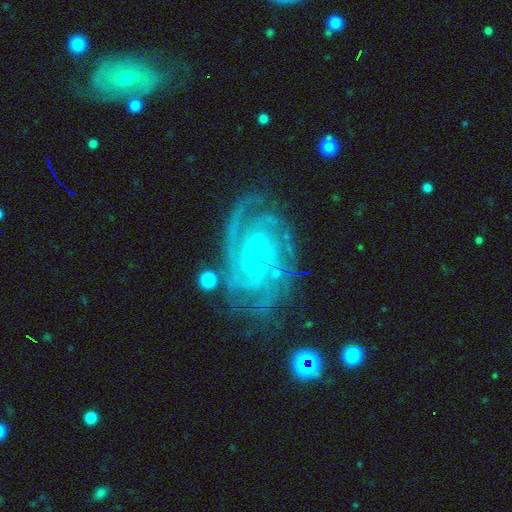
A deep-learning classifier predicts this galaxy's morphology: smooth_or_featured: featured or disk (p=0.90) [alt: star or artifact p=0.06]
disk_edge_on: no (p=0.97) [alt: yes p=0.03]
bar: no (p=0.43) [alt: weak p=0.42]
has_spiral_arms: yes (p=0.98) [alt: no p=0.02]
spiral_winding: tight (p=0.70) [alt: medium p=0.26]
spiral_arm_count: 3 (p=0.23) [alt: 4 p=0.22]
bulge_size: small (p=0.84) [alt: moderate p=0.10]
merging: none (p=0.70) [alt: minor disturbance p=0.19]